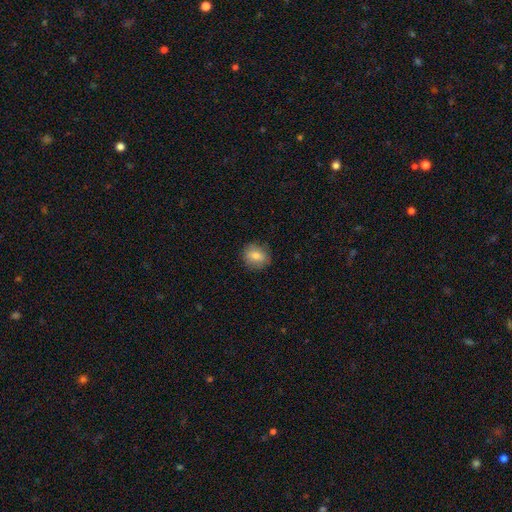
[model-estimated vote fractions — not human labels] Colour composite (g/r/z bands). It shows a smooth galaxy with no disk features (78%) that is round (69%). Merging: none (84%).